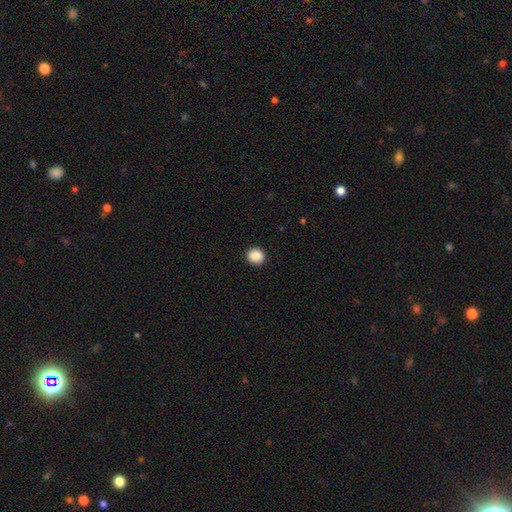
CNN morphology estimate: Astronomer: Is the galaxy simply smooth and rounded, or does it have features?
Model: smooth — 89%.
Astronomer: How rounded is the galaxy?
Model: round — 88%.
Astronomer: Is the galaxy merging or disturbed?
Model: none — 91%.